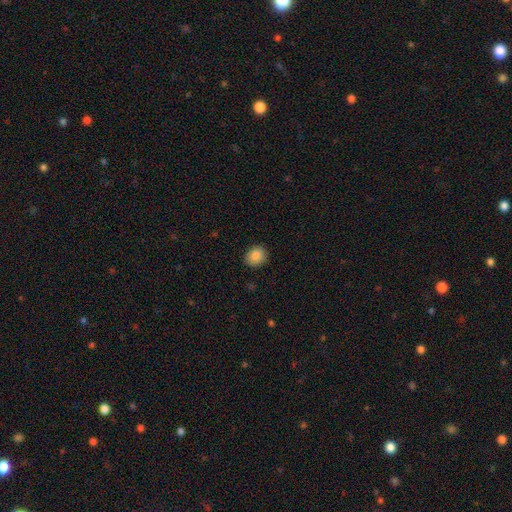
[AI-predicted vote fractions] Smooth or featured: smooth — 87% (star or artifact — 8%)
How rounded: round — 64% (in between — 35%)
Merging: none — 88% (minor disturbance — 9%)